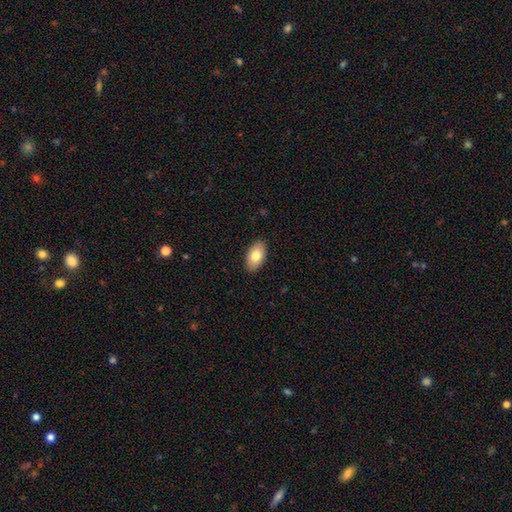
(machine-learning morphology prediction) This is likely a smooth galaxy (78%). How rounded: clearly in between (94%). Merging: clearly none (90%).